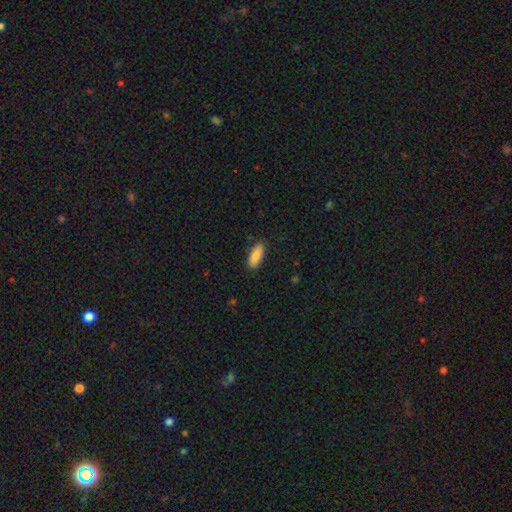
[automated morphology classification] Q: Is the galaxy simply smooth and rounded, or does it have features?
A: smooth — 87%.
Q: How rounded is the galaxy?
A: in between — 72%.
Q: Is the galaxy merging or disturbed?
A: none — 87%.